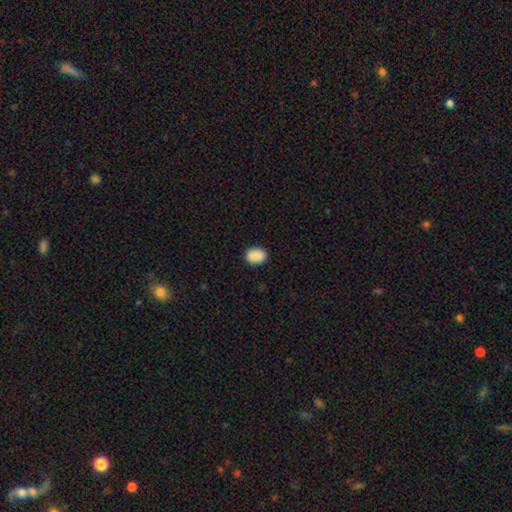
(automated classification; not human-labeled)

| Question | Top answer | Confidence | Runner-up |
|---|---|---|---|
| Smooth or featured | smooth | 90% | star or artifact (7%) |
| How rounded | in between | 58% | round (41%) |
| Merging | none | 89% | minor disturbance (8%) |